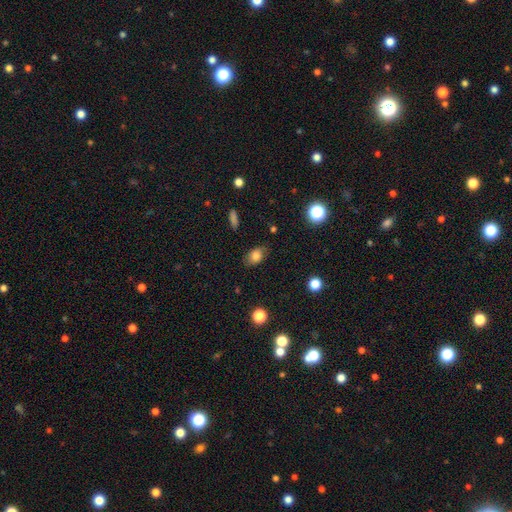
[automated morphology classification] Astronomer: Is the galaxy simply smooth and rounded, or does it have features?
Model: smooth — 78%.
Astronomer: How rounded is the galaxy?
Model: in between — 84%.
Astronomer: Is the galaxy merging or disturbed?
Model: none — 77%.